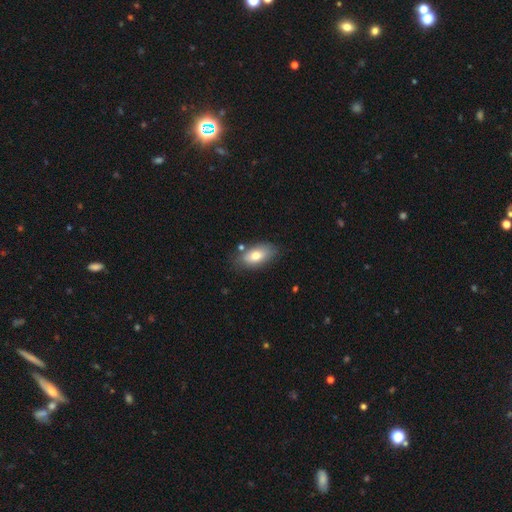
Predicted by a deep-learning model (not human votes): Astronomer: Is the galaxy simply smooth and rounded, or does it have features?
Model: smooth — 73%.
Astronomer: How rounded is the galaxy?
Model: in between — 90%.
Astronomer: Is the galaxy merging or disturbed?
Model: none — 73%.